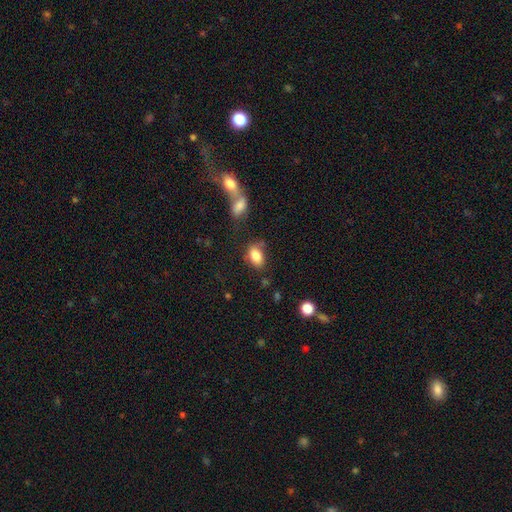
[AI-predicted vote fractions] smooth 84%, star or artifact 8%, featured or disk 8%. Down the decision tree: how rounded — in between (87%); merging — none (62%).